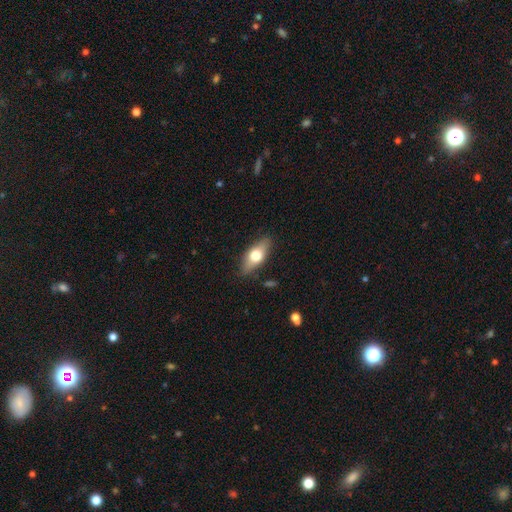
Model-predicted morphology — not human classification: This appears to be a smooth galaxy with no disk features (59%) that is in between round and cigar-shaped (75%). Merging: none (85%).